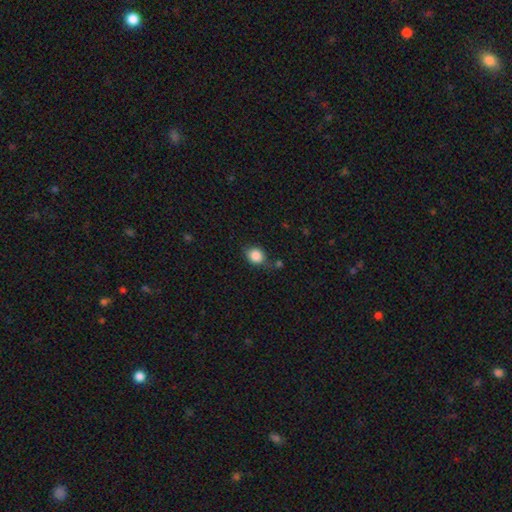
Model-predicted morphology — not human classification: Smooth or featured?
  - smooth: 86% *
  - star or artifact: 9%
  - featured or disk: 5%
How rounded?
  - round: 67% *
  - in between: 32%
  - cigar-shaped: 1%
Merging?
  - none: 67% *
  - minor disturbance: 21%
  - major disturbance: 6%
  - merger: 6%